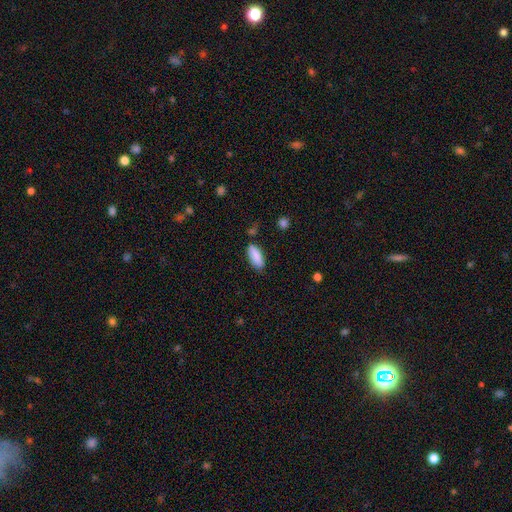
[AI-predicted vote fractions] A smooth galaxy with no disk features (88%) that is in between round and cigar-shaped (72%).

Vote fractions:
- Smooth or featured? smooth: 88% / star or artifact: 6% / featured or disk: 6%
- How rounded? in between: 72% / cigar-shaped: 26% / round: 2%
- Merging? none: 80% / minor disturbance: 14% / major disturbance: 3% / merger: 3%